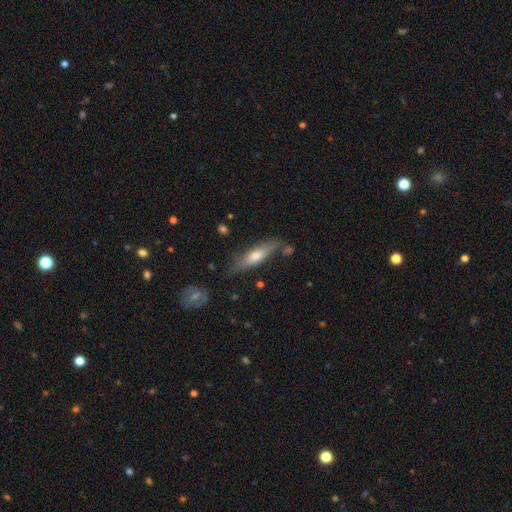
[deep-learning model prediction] Smooth or featured: smooth — 50% (featured or disk — 44%)
Merging: none — 72% (minor disturbance — 18%)